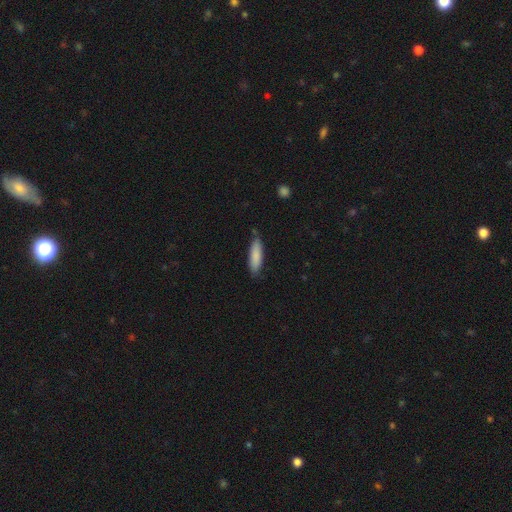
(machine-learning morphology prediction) The model was most divided on "how rounded": cigar-shaped: 60%, in between: 39%, round: 1%. More confident: smooth or featured — smooth (86%); merging — none (80%).